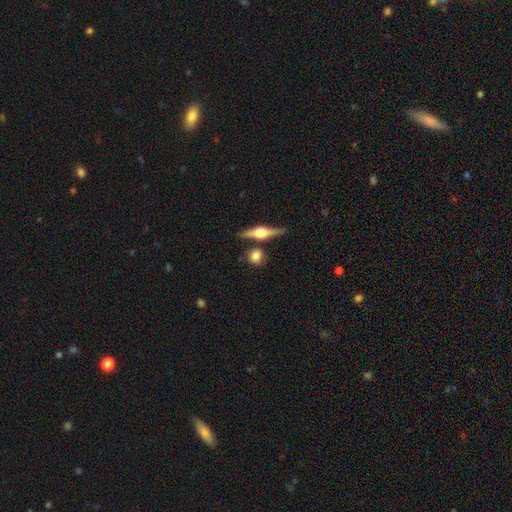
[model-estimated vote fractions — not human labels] smooth_or_featured: smooth (p=0.56) [alt: featured or disk p=0.36]
how_rounded: round (p=0.63) [alt: in between p=0.24]
merging: none (p=0.73) [alt: merger p=0.13]